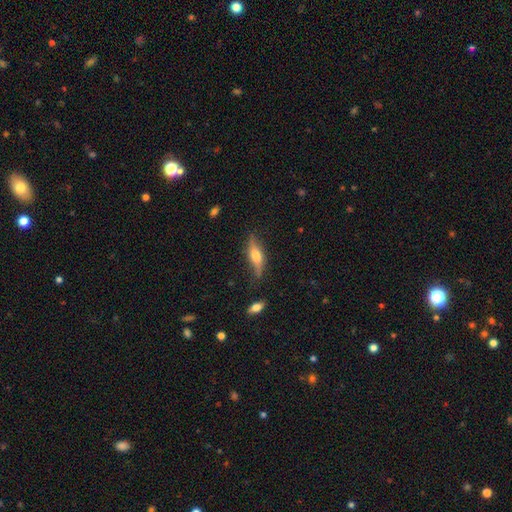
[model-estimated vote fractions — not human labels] smooth-or-featured: featured or disk: 56% | smooth: 37% | star or artifact: 7%
  disk-edge-on: yes: 85% | no: 15%
  merging: none: 73% | minor disturbance: 20% | major disturbance: 5% | merger: 2%